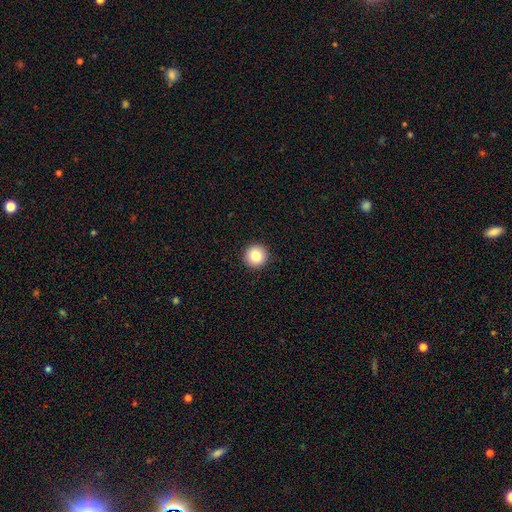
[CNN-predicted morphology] Smooth or featured? smooth (83%)
How rounded? round (96%)
Merging? none (94%)